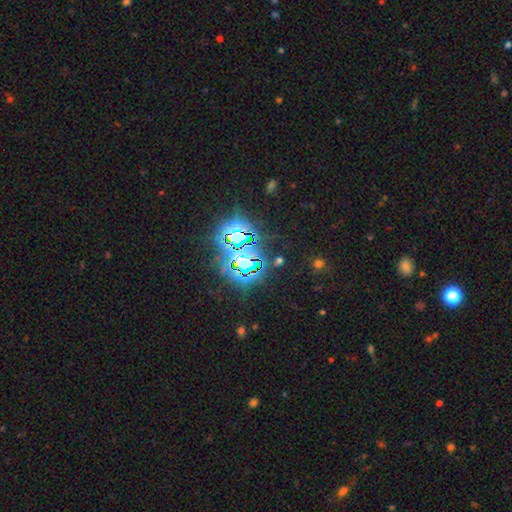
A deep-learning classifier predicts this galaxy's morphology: A star or artifact, not a galaxy (82%).

Vote fractions:
- Smooth or featured? star or artifact: 82% / smooth: 11% / featured or disk: 8%